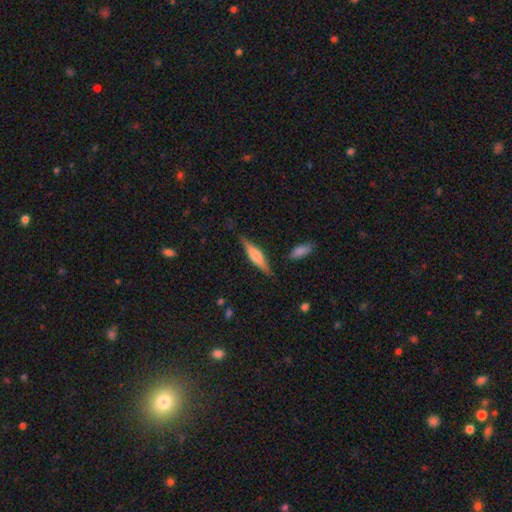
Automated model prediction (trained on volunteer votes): A featured or disk galaxy (53%) viewed edge-on (96%) with a rounded central bulge (65%). Merging: none (83%).